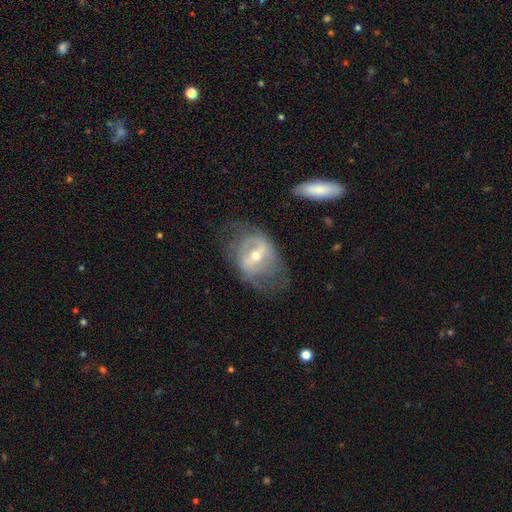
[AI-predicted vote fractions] Smooth or featured?
  - featured or disk: 73% *
  - smooth: 19%
  - star or artifact: 8%
Edge-on disk?
  - no: 93% *
  - yes: 7%
Bar?
  - strong: 50% *
  - weak: 34%
  - no: 16%
Spiral arms?
  - yes: 57% *
  - no: 43%
Bulge size?
  - small: 49% *
  - moderate: 47%
  - large: 2%
  - none: 1%
  - dominant: 1%
Merging?
  - none: 52% *
  - minor disturbance: 23%
  - major disturbance: 22%
  - merger: 3%